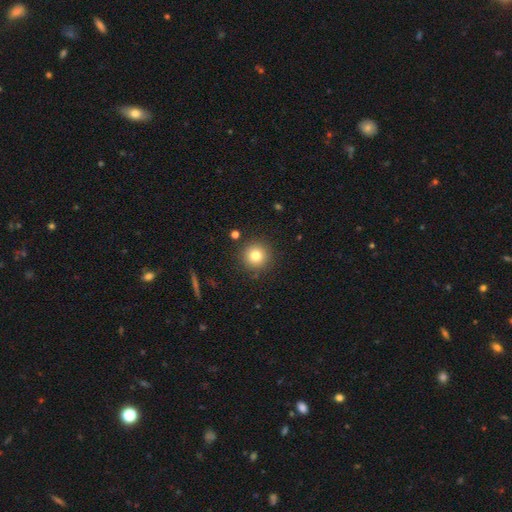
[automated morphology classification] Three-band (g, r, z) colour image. It shows a smooth galaxy with no disk features (79%) that is round (95%). Merging: none (89%).